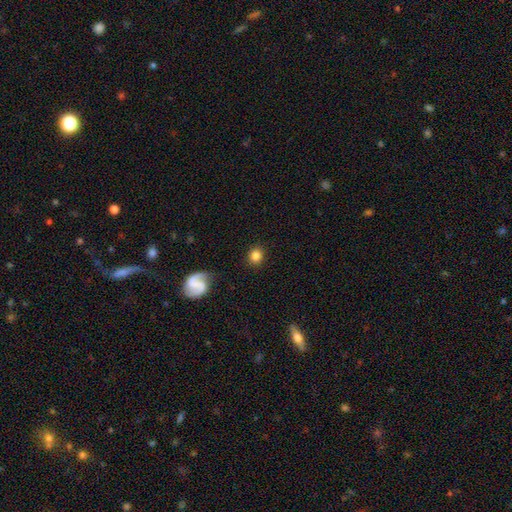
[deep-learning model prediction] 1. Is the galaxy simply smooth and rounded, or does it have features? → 81% smooth, 10% star or artifact, 9% featured or disk.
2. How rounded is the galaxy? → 84% round, 15% in between, 1% cigar-shaped.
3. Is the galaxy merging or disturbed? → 88% none, 8% minor disturbance, 3% major disturbance, 2% merger.